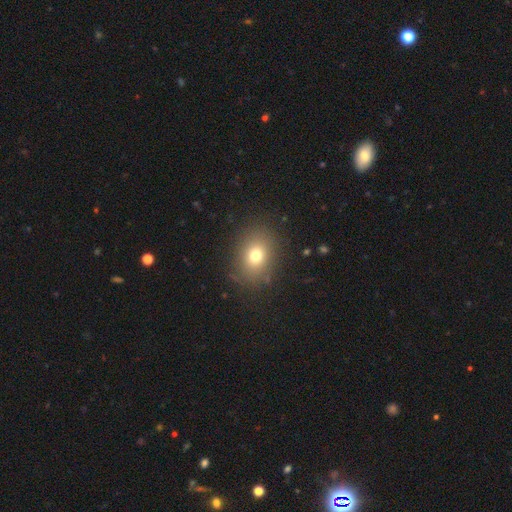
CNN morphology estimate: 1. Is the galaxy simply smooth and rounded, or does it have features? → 74% smooth, 14% star or artifact, 12% featured or disk.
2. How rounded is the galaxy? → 55% in between, 44% round, 1% cigar-shaped.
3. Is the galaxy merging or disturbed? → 84% none, 10% minor disturbance, 4% major disturbance, 1% merger.